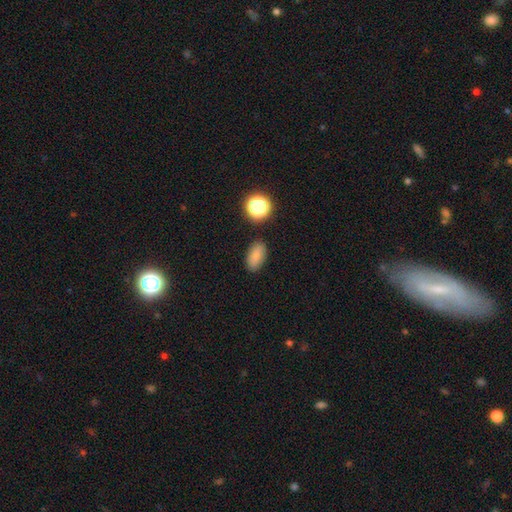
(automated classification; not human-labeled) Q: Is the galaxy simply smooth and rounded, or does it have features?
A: smooth — 80%.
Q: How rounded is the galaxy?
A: in between — 89%.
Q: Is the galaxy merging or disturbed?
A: none — 84%.